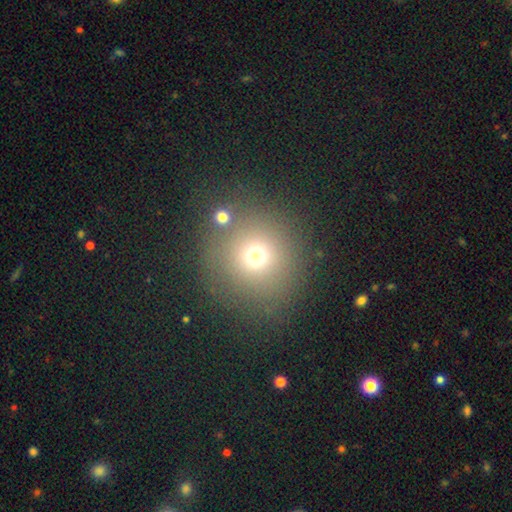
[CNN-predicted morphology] A smooth galaxy with no disk features (70%) that is round (93%). Merging: none (78%).